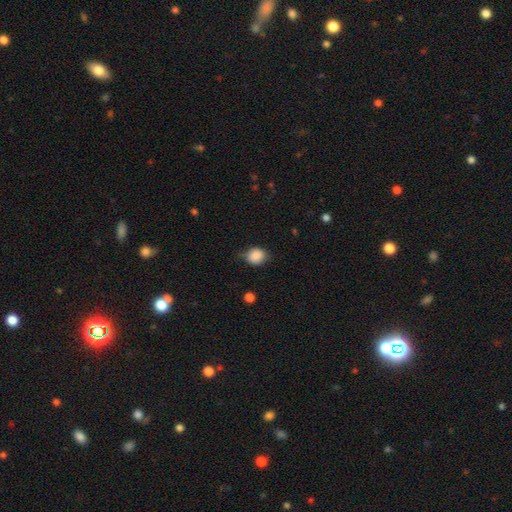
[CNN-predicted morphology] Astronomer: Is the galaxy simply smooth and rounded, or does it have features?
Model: smooth — 86%.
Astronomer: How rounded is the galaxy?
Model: round — 67%.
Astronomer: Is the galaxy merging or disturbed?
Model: none — 67%.